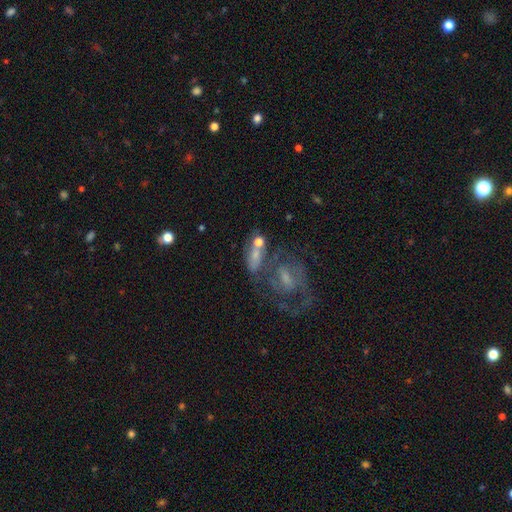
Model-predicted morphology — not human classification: A smooth galaxy with no disk features (48%). Merging: none (37%).